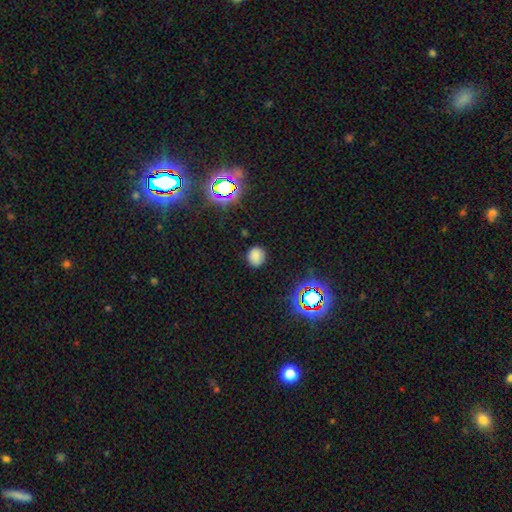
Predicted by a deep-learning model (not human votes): Smooth or featured?
  - smooth: 76% *
  - star or artifact: 18%
  - featured or disk: 6%
How rounded?
  - round: 78% *
  - in between: 21%
  - cigar-shaped: 1%
Merging?
  - none: 86% *
  - minor disturbance: 10%
  - major disturbance: 3%
  - merger: 1%